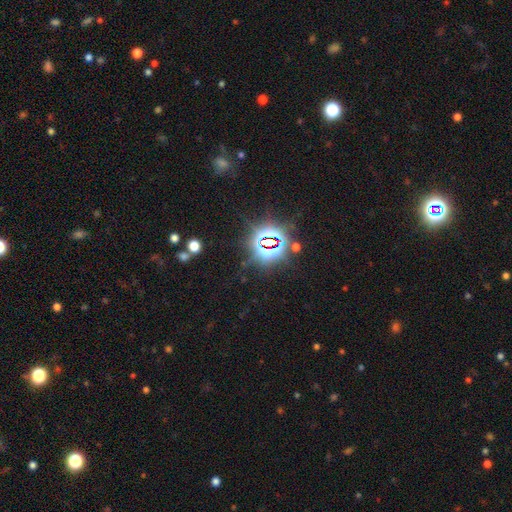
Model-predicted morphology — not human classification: star or artifact 84%, smooth 10%, featured or disk 6%.